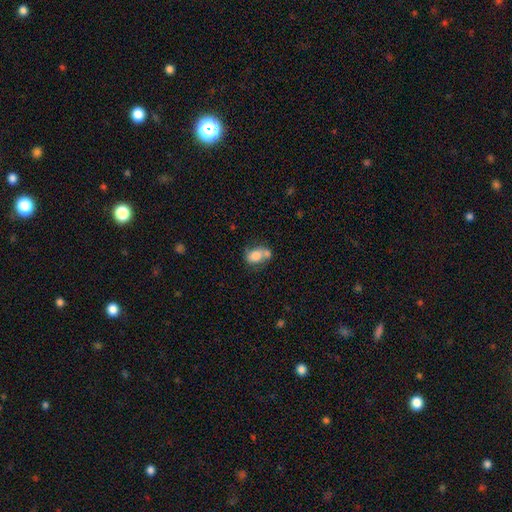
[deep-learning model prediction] Smooth or featured? smooth (70%)
How rounded? in between (75%)
Merging? merger (43%)